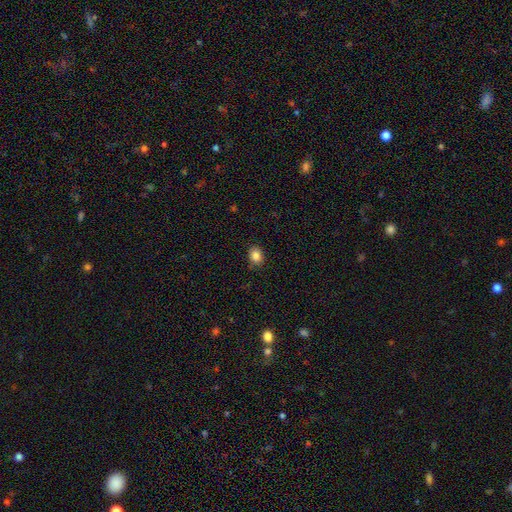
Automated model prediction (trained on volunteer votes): Smooth or featured? Predicted: smooth (p=0.85). How rounded? Predicted: in between (p=0.51). Merging? Predicted: none (p=0.86).